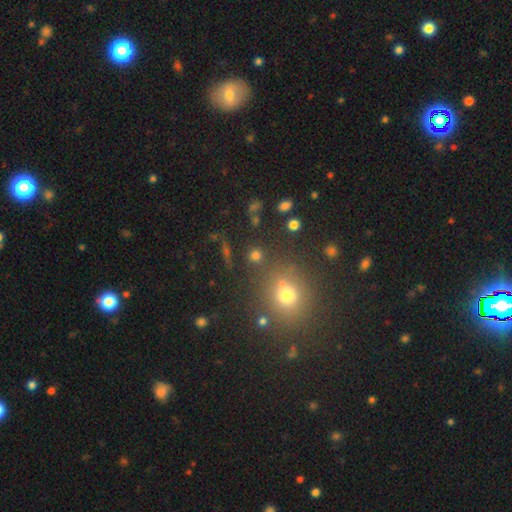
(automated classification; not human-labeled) This is likely a smooth galaxy (72%). How rounded: clearly round (89%). Merging: likely none (79%).